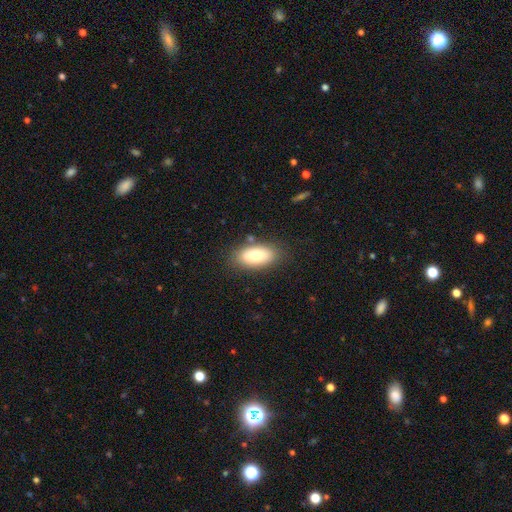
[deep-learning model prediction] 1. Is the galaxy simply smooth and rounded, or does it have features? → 78% smooth, 15% featured or disk, 7% star or artifact.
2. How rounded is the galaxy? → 90% in between, 6% cigar-shaped, 4% round.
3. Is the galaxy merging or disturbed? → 81% none, 12% minor disturbance, 3% major disturbance, 3% merger.